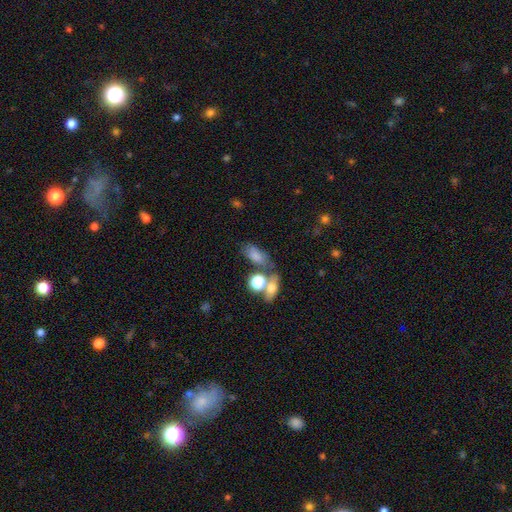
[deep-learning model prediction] Smooth or featured? smooth (75%)
How rounded? in between (80%)
Merging? none (48%)